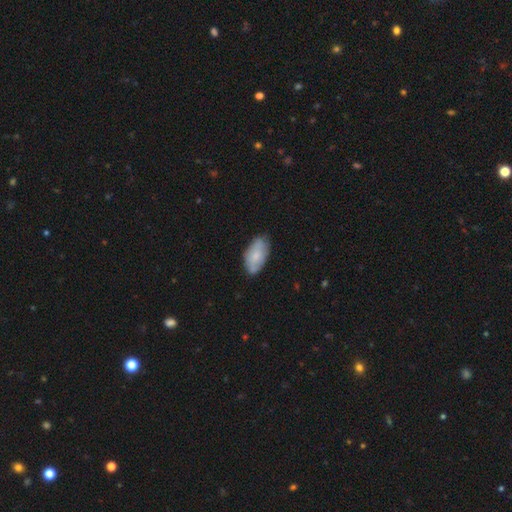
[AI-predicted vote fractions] The model was most divided on "smooth or featured": smooth: 67%, featured or disk: 27%, star or artifact: 6%. More confident: how rounded — in between (93%); merging — none (74%).